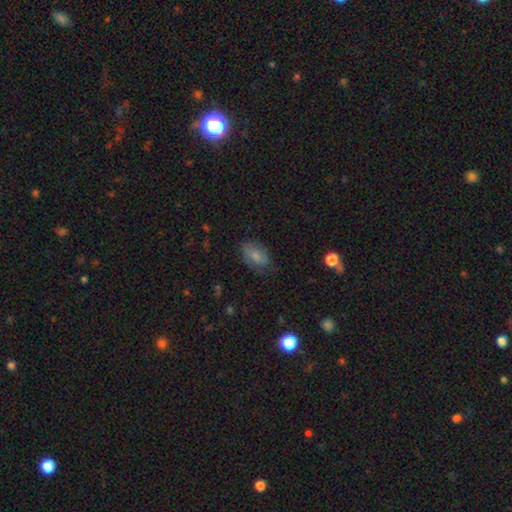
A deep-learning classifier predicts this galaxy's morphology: type=smooth (67%); roundness=in between (89%); merging=none (65%).